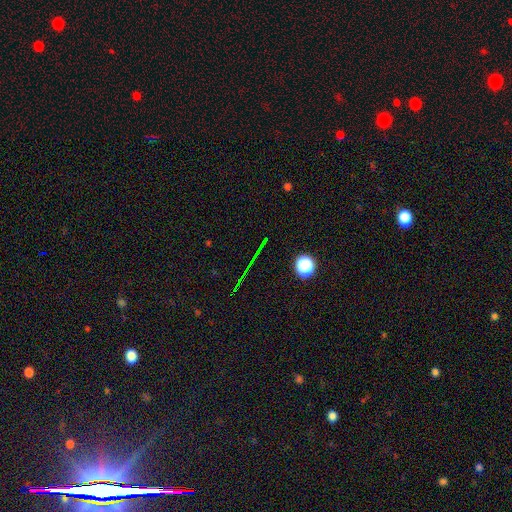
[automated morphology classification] smooth-or-featured: star or artifact: 72% | featured or disk: 14% | smooth: 14%